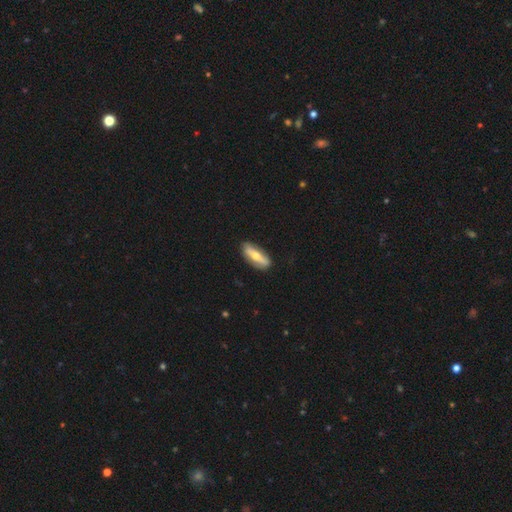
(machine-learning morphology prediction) The model was most divided on "smooth or featured": smooth: 48%, featured or disk: 47%, star or artifact: 5%. More confident: merging — none (83%).